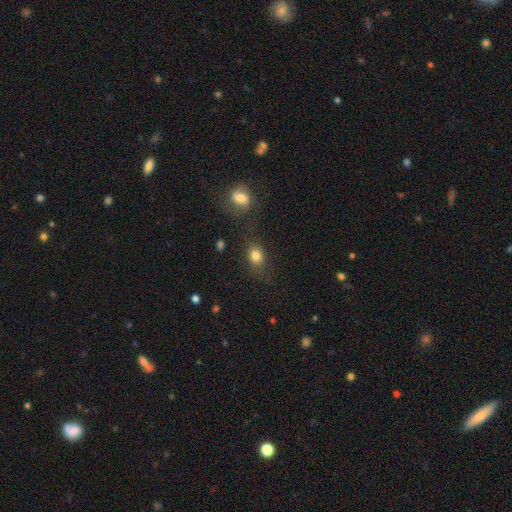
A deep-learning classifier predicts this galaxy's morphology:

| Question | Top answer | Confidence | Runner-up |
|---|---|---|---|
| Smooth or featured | smooth | 81% | star or artifact (11%) |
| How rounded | in between | 50% | round (48%) |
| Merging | none | 70% | minor disturbance (15%) |